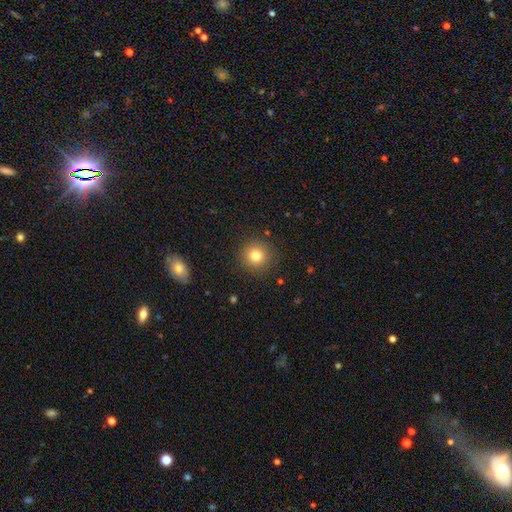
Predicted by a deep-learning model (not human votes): A smooth galaxy with no disk features (79%) that is round (94%).

Vote fractions:
- Smooth or featured? smooth: 79% / star or artifact: 13% / featured or disk: 8%
- How rounded? round: 94% / in between: 5% / cigar-shaped: 1%
- Merging? none: 90% / minor disturbance: 7% / major disturbance: 3% / merger: 1%